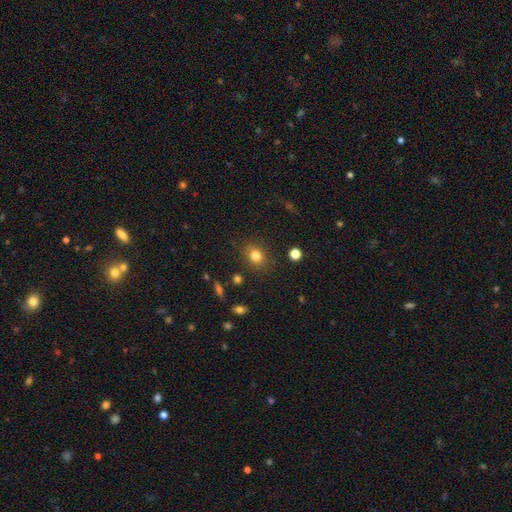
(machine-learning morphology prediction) A smooth galaxy with no disk features (81%) that is round (62%).

Vote fractions:
- Smooth or featured? smooth: 81% / star or artifact: 12% / featured or disk: 7%
- How rounded? round: 62% / in between: 37% / cigar-shaped: 1%
- Merging? none: 85% / minor disturbance: 10% / major disturbance: 3% / merger: 2%